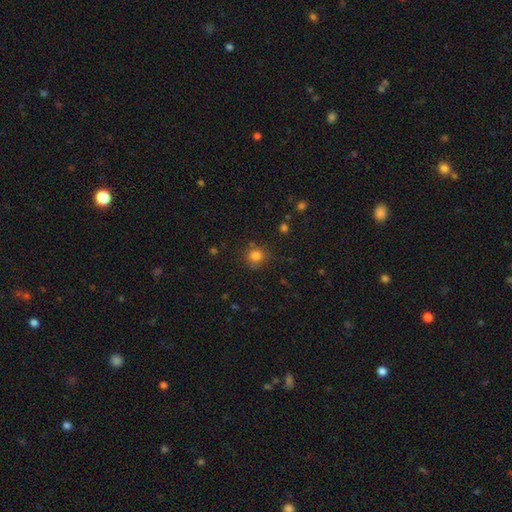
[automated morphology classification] This is clearly a smooth galaxy (81%). How rounded: clearly round (88%). Merging: clearly none (81%).